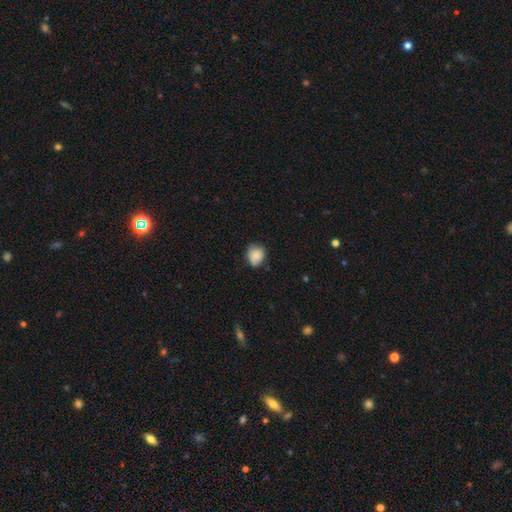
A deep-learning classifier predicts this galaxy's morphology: Smooth or featured: smooth — 79% (featured or disk — 13%)
How rounded: round — 63% (in between — 36%)
Merging: none — 64% (minor disturbance — 30%)